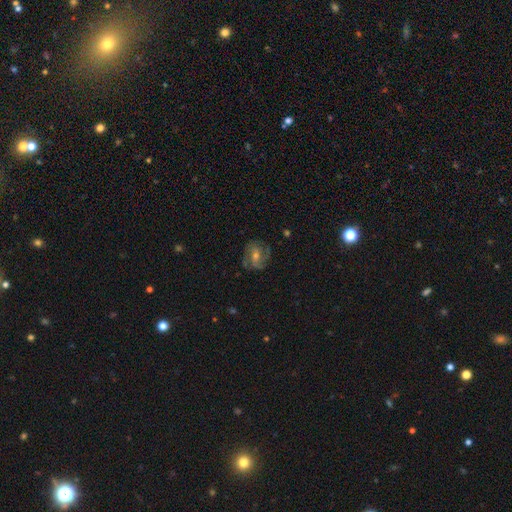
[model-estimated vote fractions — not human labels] A featured or disk galaxy (73%) with a weak bar (44%), 2 (44%) medium (45%) spiral arms (89%) and a moderate central bulge (54%).

Vote fractions:
- Smooth or featured? featured or disk: 73% / smooth: 17% / star or artifact: 10%
- Edge-on disk? no: 96% / yes: 4%
- Bar? weak: 44% / no: 36% / strong: 20%
- Spiral arms? yes: 89% / no: 11%
- Spiral winding? medium: 45% / tight: 40% / loose: 15%
- Spiral arm count? 2: 44% / can't tell: 24% / 3: 20% / 4: 5% / 1: 4% / more than 4: 3%
- Bulge size? moderate: 54% / small: 40% / large: 3% / none: 2% / dominant: 1%
- Merging? none: 75% / minor disturbance: 16% / major disturbance: 8% / merger: 1%